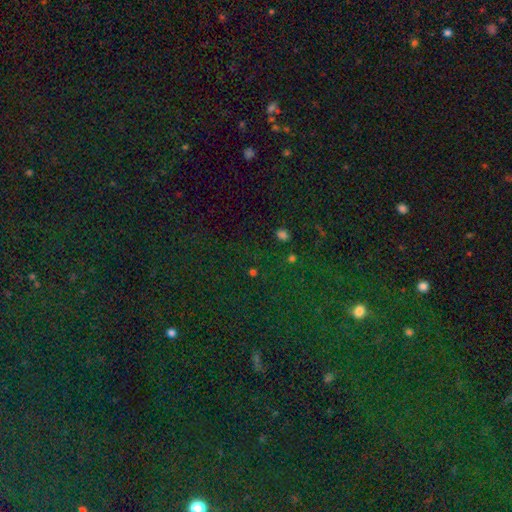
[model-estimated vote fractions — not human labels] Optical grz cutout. It shows a star or artifact, not a galaxy (81%).